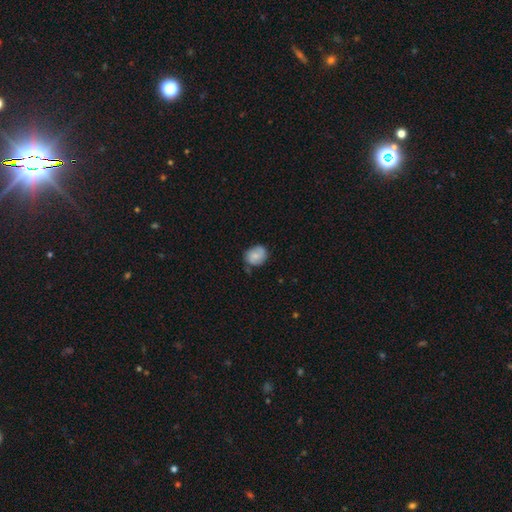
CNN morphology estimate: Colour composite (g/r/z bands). It shows a smooth galaxy with no disk features (68%) that is round (61%). Merging: none (63%).